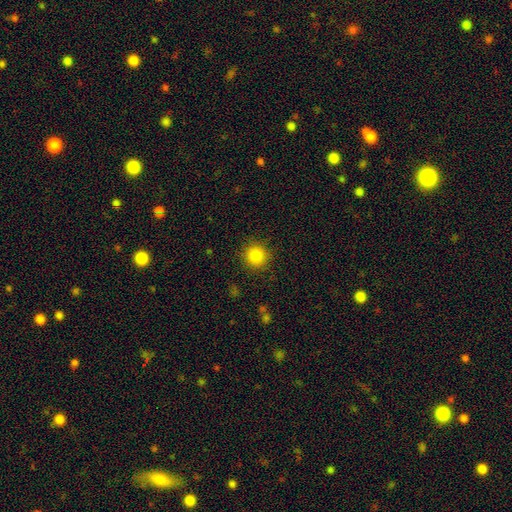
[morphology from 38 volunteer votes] smooth_or_featured: smooth (p=0.92) [alt: star or artifact p=0.05]
how_rounded: round (p=0.97) [alt: cigar-shaped p=0.03]
merging: none (p=0.92) [alt: minor disturbance p=0.08]